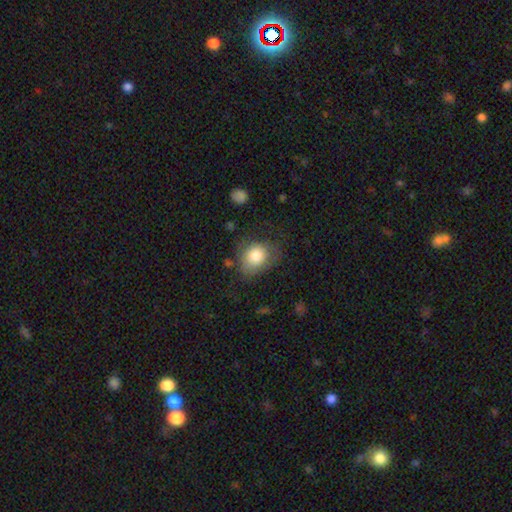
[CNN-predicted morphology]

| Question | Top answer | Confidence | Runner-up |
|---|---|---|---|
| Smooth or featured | smooth | 79% | featured or disk (13%) |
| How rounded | round | 54% | in between (45%) |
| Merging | none | 58% | minor disturbance (26%) |